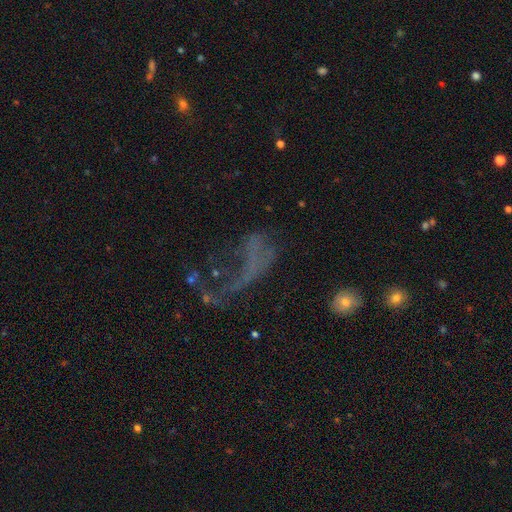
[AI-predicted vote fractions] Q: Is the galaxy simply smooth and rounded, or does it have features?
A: featured or disk — 51%.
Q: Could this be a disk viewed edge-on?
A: no — 94%.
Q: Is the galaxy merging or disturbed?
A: major disturbance — 56%.